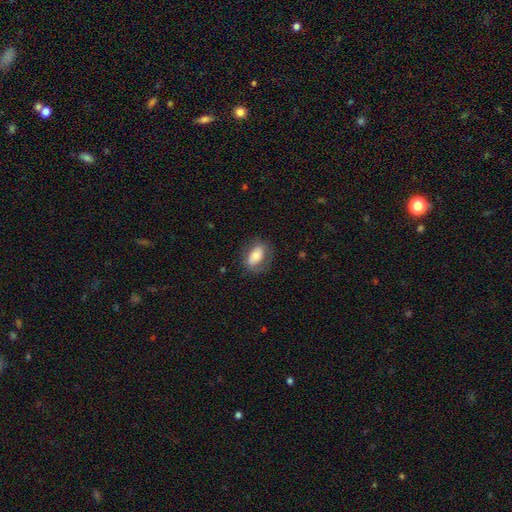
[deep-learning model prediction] The model was most divided on "smooth or featured": smooth: 71%, featured or disk: 22%, star or artifact: 7%. More confident: how rounded — in between (88%); merging — none (71%).